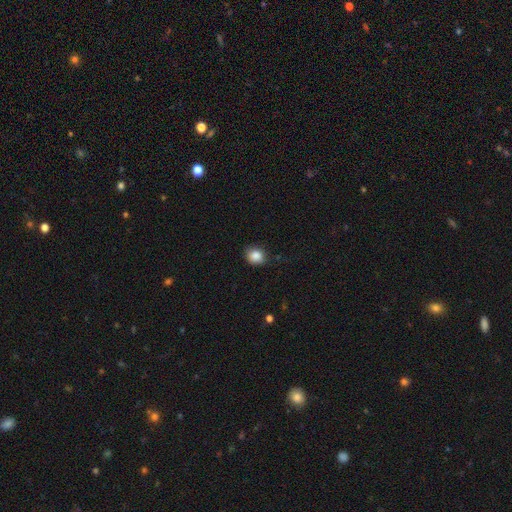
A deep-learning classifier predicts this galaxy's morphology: This is clearly a smooth galaxy (87%). How rounded: likely round (67%). Merging: clearly none (81%).